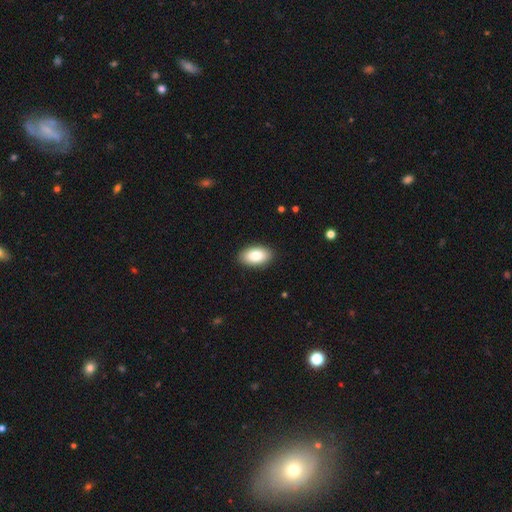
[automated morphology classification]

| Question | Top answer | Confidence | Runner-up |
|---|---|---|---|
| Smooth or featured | smooth | 85% | featured or disk (9%) |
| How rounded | in between | 94% | round (4%) |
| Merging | none | 89% | minor disturbance (8%) |